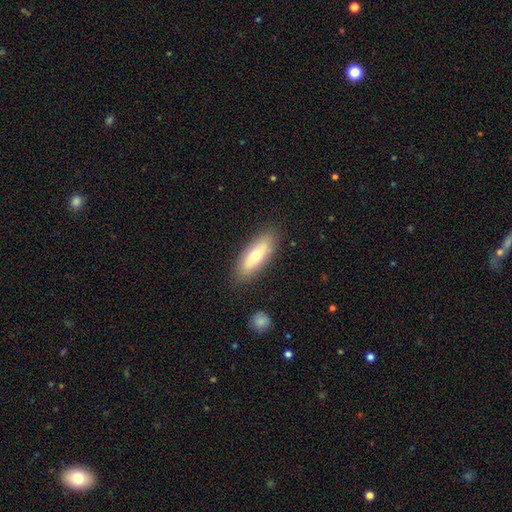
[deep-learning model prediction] Smooth or featured? smooth (62%)
How rounded? in between (62%)
Merging? none (86%)